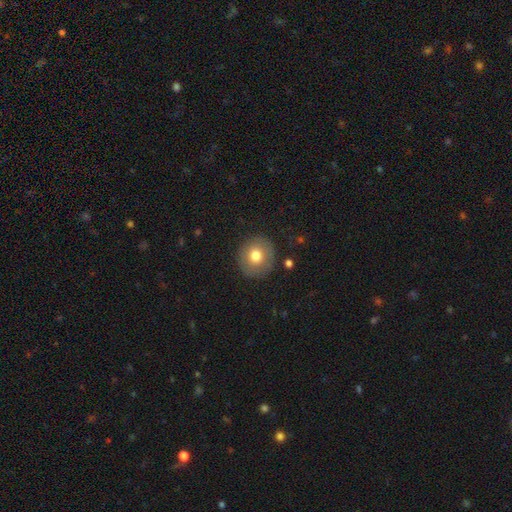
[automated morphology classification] This is likely a smooth galaxy (74%). How rounded: clearly round (90%). Merging: clearly none (87%).